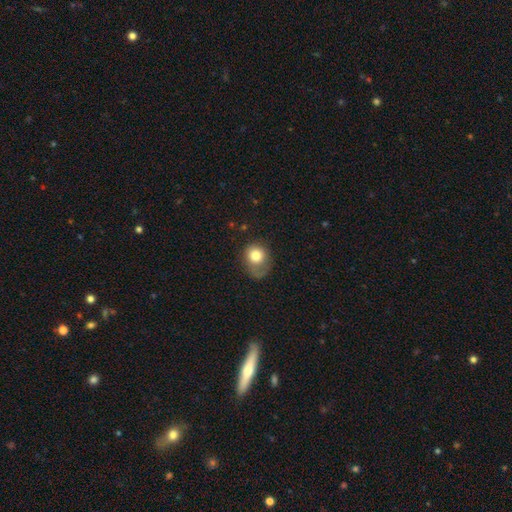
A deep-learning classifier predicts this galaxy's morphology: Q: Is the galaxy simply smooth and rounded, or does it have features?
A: smooth — 77%.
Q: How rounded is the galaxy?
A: round — 63%.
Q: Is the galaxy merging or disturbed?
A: none — 35%.